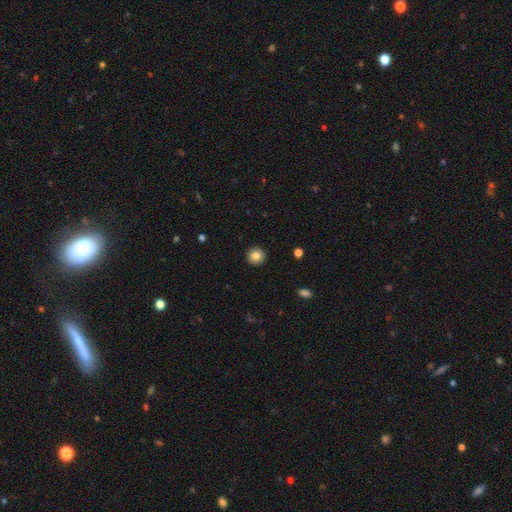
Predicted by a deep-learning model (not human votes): Q: Smooth or featured?
A: smooth (83%); runner-up: star or artifact (9%)
Q: How rounded?
A: round (94%); runner-up: in between (5%)
Q: Merging?
A: none (92%); runner-up: minor disturbance (5%)